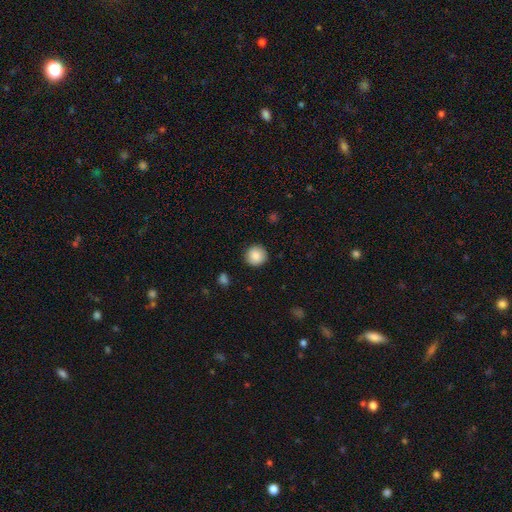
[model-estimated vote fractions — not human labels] This appears to be a smooth galaxy with no disk features (88%) that is round (94%). Merging: none (90%).